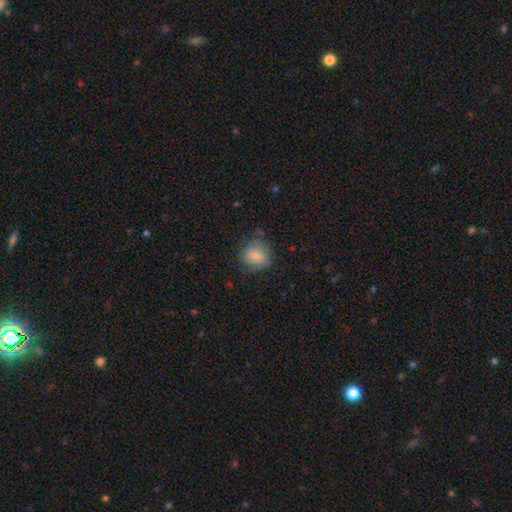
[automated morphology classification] Smooth or featured? smooth (81%)
How rounded? round (78%)
Merging? none (68%)